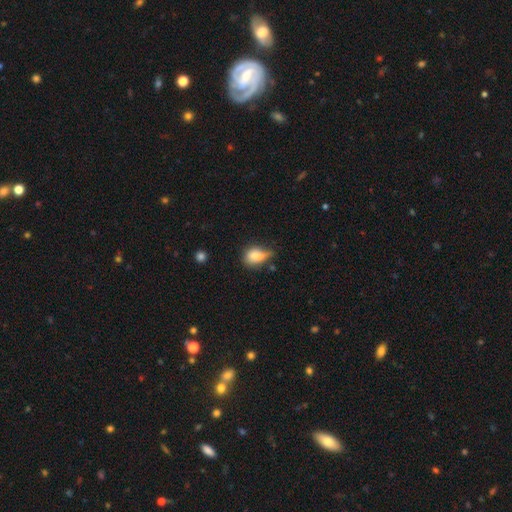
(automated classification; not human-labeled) Smooth or featured? Predicted: smooth (p=0.76). How rounded? Predicted: in between (p=0.65). Merging? Predicted: minor disturbance (p=0.36).